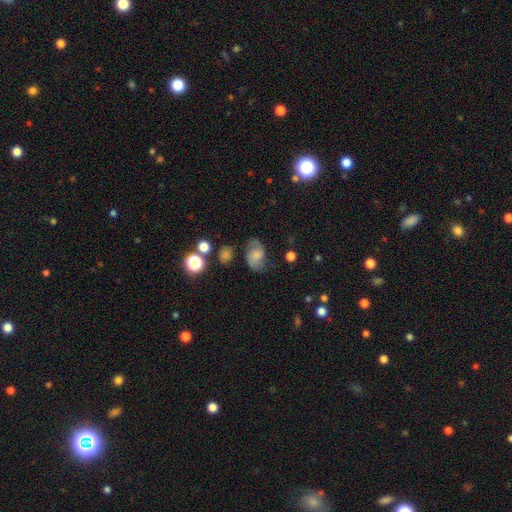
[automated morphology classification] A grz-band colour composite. It shows a featured or disk galaxy (44%, tied with smooth). Merging: none (61%).